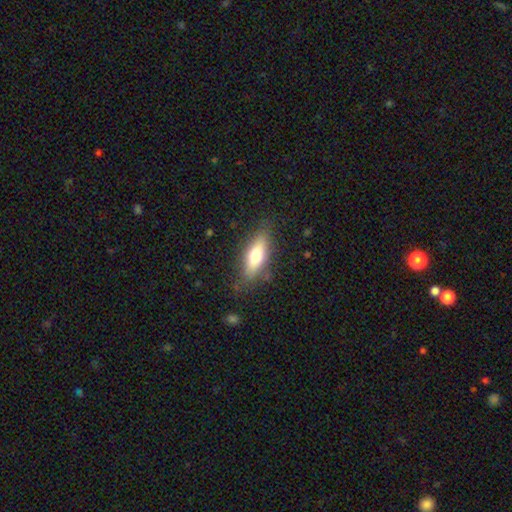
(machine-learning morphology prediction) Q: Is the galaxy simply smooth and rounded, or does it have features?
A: smooth — 62%.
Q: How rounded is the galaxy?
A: in between — 58%.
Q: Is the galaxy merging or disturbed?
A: none — 81%.